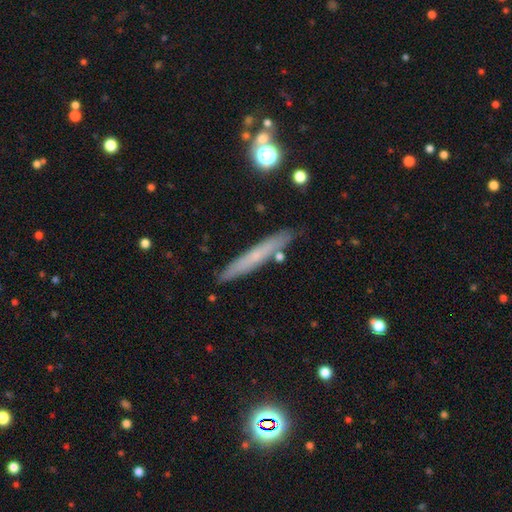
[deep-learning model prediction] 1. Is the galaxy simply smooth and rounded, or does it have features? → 50% smooth, 41% featured or disk, 9% star or artifact.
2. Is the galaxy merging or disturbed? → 85% none, 10% minor disturbance, 3% merger, 2% major disturbance.